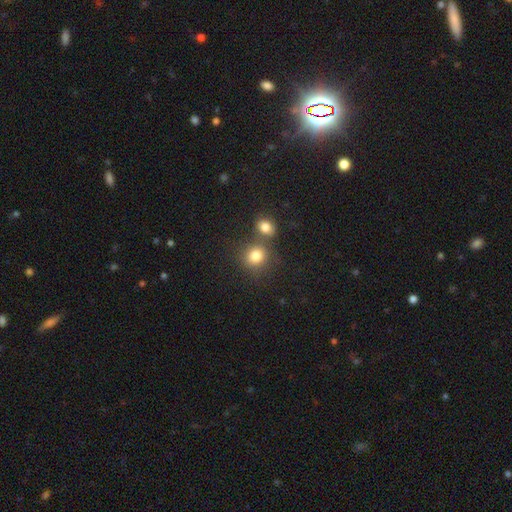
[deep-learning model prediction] smooth-or-featured: smooth: 81% | star or artifact: 12% | featured or disk: 7%
  how-rounded: round: 83% | in between: 16% | cigar-shaped: 1%
  merging: none: 61% | merger: 26% | minor disturbance: 9% | major disturbance: 4%